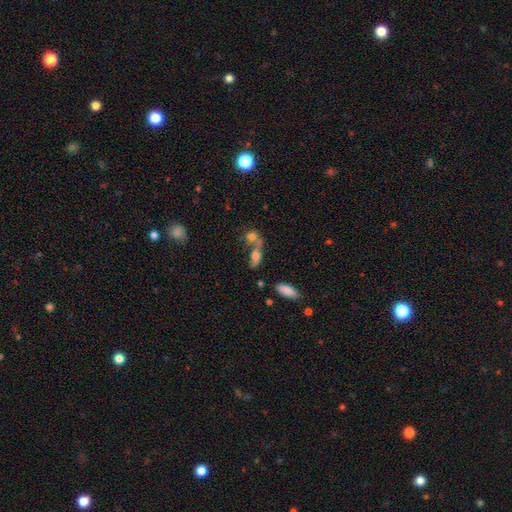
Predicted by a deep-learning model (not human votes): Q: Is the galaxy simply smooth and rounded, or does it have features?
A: smooth — 67%.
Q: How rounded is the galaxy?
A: in between — 72%.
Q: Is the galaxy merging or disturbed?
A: merger — 49%.